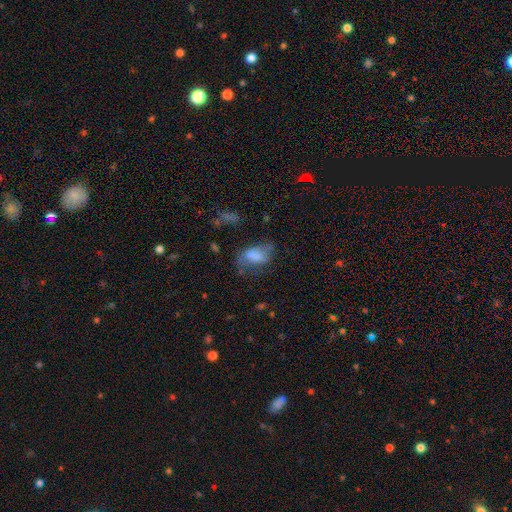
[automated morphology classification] This is likely a smooth galaxy (67%). How rounded: clearly in between (87%). Merging: marginally none (34%).